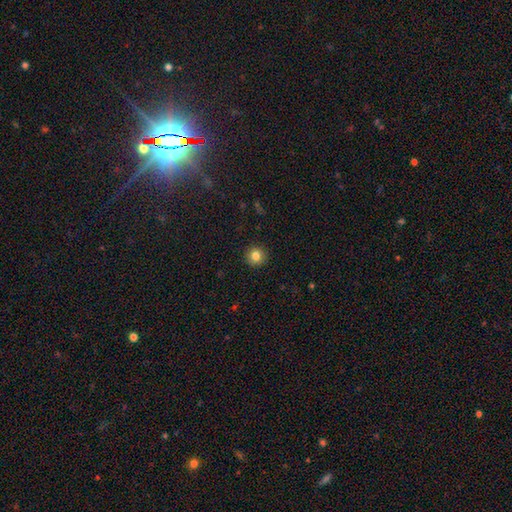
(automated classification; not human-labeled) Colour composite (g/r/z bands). It shows a smooth galaxy with no disk features (82%) that is round (94%). Merging: none (92%).